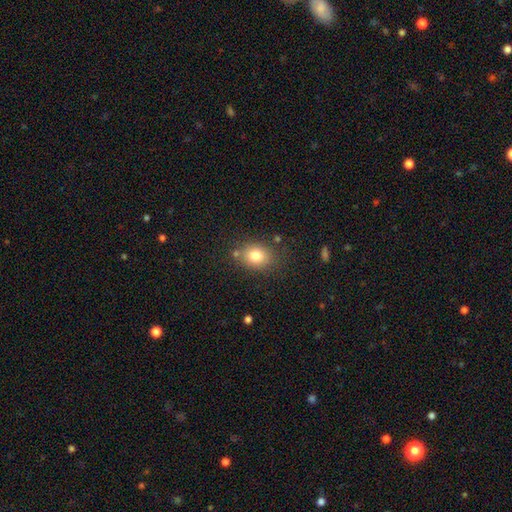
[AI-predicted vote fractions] Morphology: type=smooth (81%); roundness=in between (53%); merging=none (76%).